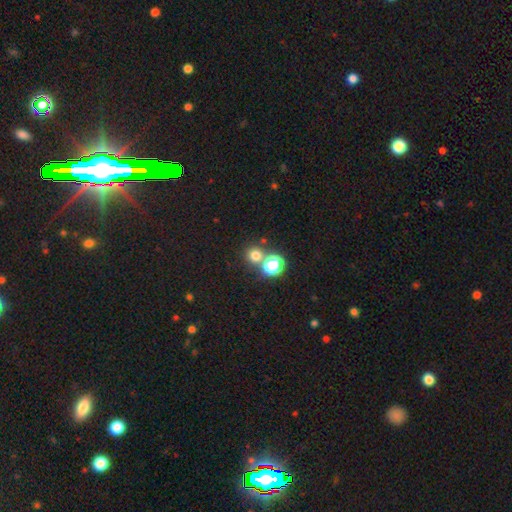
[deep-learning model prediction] Smooth or featured: smooth — 71% (star or artifact — 23%)
How rounded: round — 92% (in between — 7%)
Merging: none — 70% (merger — 21%)